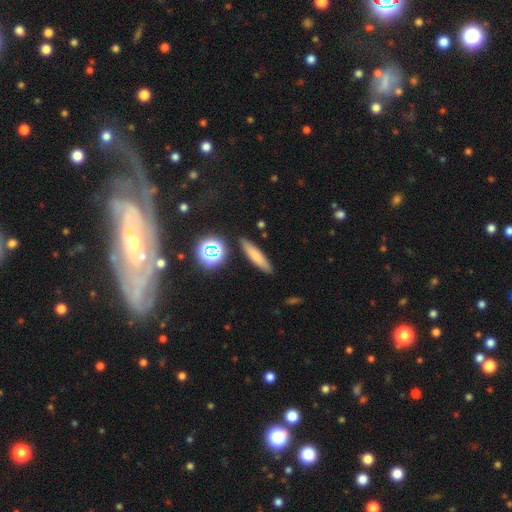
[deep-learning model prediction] The model was most divided on "smooth or featured": smooth: 68%, featured or disk: 19%, star or artifact: 13%. More confident: merging — none (88%); how rounded — cigar-shaped (79%).